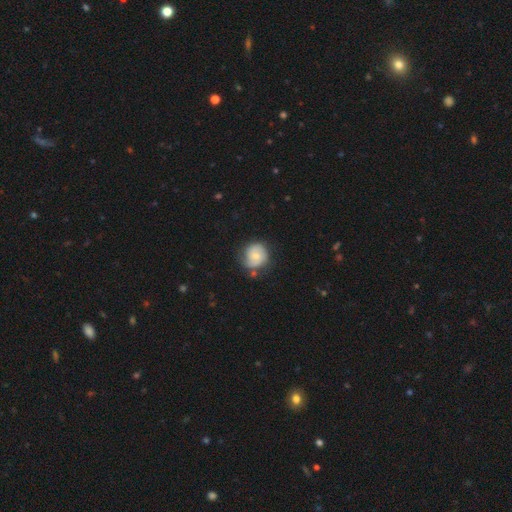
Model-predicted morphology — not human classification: The model was most divided on "smooth or featured": featured or disk: 47%, smooth: 46%, star or artifact: 7%. More confident: merging — none (63%).